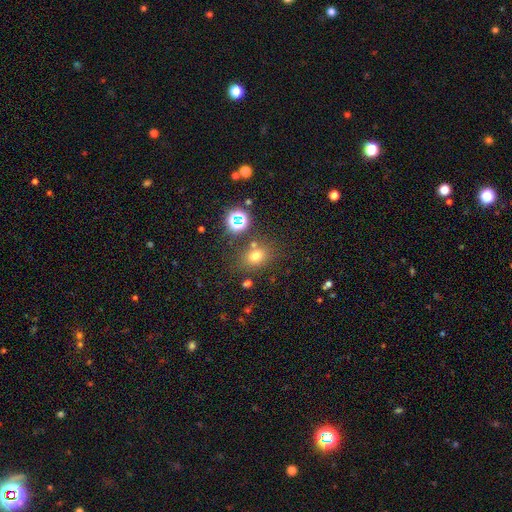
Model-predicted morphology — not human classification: Smooth or featured? smooth (68%)
How rounded? round (50%)
Merging? none (72%)